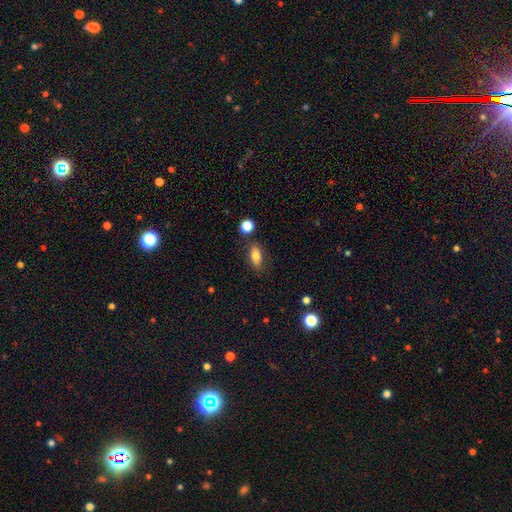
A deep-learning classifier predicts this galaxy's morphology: smooth 76%, featured or disk 15%, star or artifact 9%. Down the decision tree: how rounded — in between (82%); merging — none (80%).